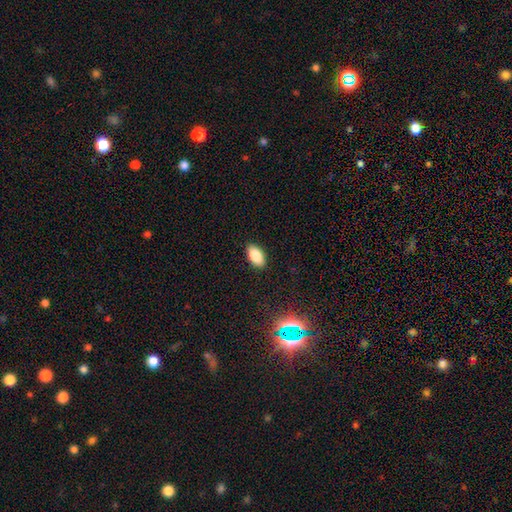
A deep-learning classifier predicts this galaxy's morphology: The model was most divided on "smooth or featured": smooth: 83%, star or artifact: 9%, featured or disk: 7%. More confident: how rounded — in between (93%); merging — none (89%).